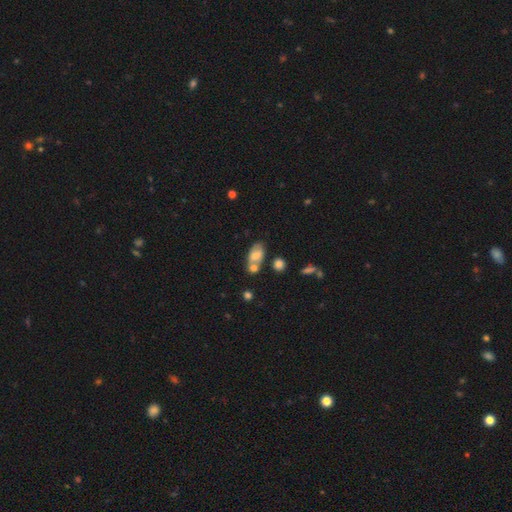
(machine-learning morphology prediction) Smooth or featured? smooth (68%)
How rounded? in between (87%)
Merging? none (41%)